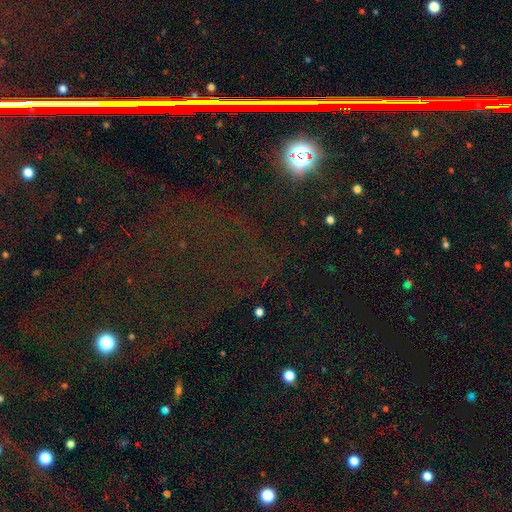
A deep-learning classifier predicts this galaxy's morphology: Smooth or featured: star or artifact — 76% (smooth — 13%)